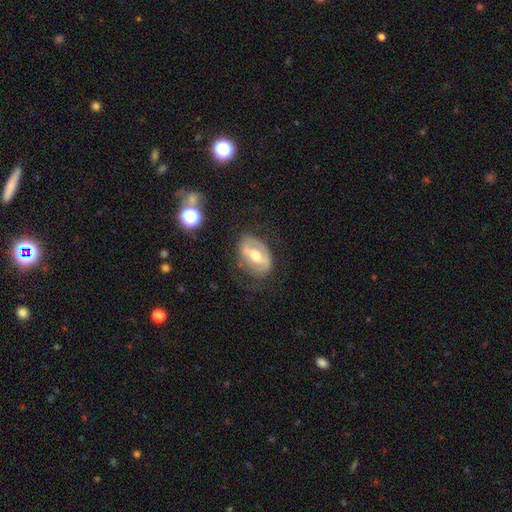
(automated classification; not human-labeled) Q: Smooth or featured?
A: featured or disk (66%); runner-up: smooth (27%)
Q: Edge-on disk?
A: no (93%); runner-up: yes (7%)
Q: Bar?
A: strong (45%); runner-up: weak (34%)
Q: Spiral arms?
A: no (52%); runner-up: yes (48%)
Q: Bulge size?
A: moderate (72%); runner-up: small (20%)
Q: Merging?
A: none (65%); runner-up: minor disturbance (21%)